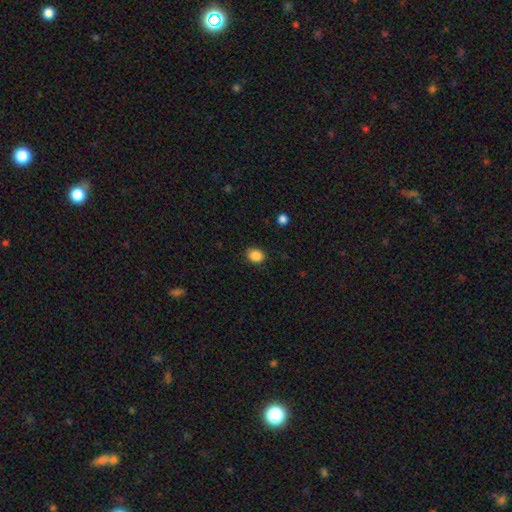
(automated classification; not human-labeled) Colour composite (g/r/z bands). It shows a smooth galaxy with no disk features (87%) that is round (73%). Merging: none (86%).